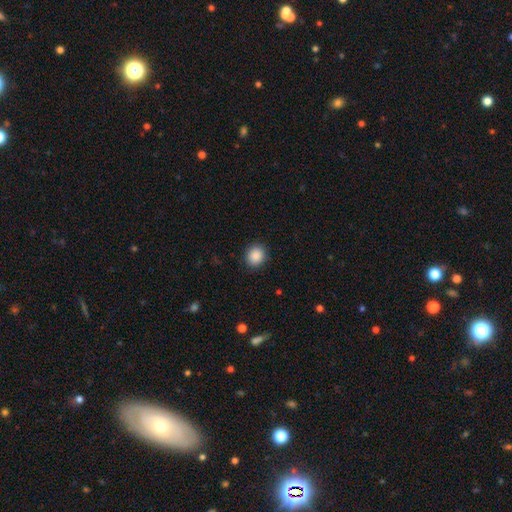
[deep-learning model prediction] Overall: smooth (89%). How rounded: round (78%). Merging: none (90%).